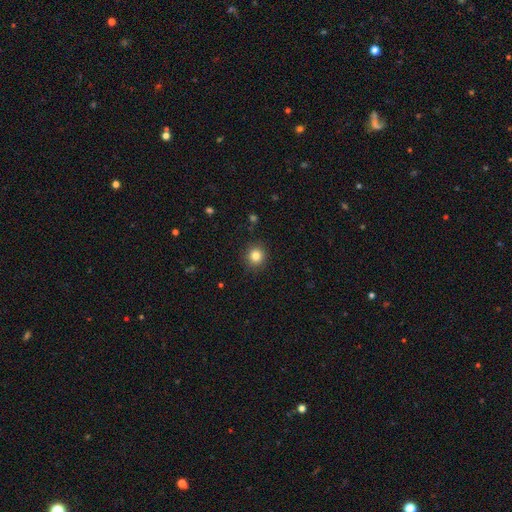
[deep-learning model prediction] A smooth galaxy with no disk features (83%) that is round (91%).

Vote fractions:
- Smooth or featured? smooth: 83% / star or artifact: 11% / featured or disk: 6%
- How rounded? round: 91% / in between: 8% / cigar-shaped: 1%
- Merging? none: 90% / minor disturbance: 7% / major disturbance: 2% / merger: 1%